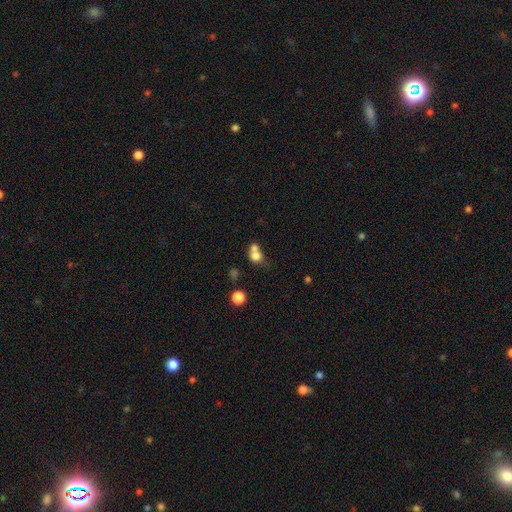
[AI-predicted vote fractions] A smooth galaxy with no disk features (74%) that is round (74%).

Vote fractions:
- Smooth or featured? smooth: 74% / featured or disk: 13% / star or artifact: 12%
- How rounded? round: 74% / in between: 25% / cigar-shaped: 1%
- Merging? merger: 56% / none: 31% / minor disturbance: 8% / major disturbance: 5%